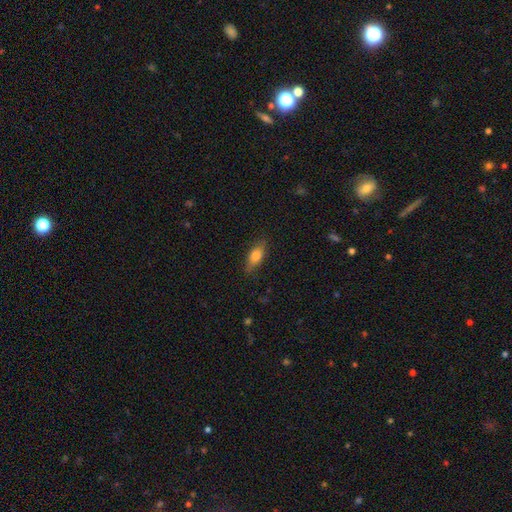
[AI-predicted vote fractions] Q: Smooth or featured?
A: smooth (75%); runner-up: featured or disk (18%)
Q: How rounded?
A: in between (76%); runner-up: cigar-shaped (20%)
Q: Merging?
A: none (81%); runner-up: minor disturbance (15%)